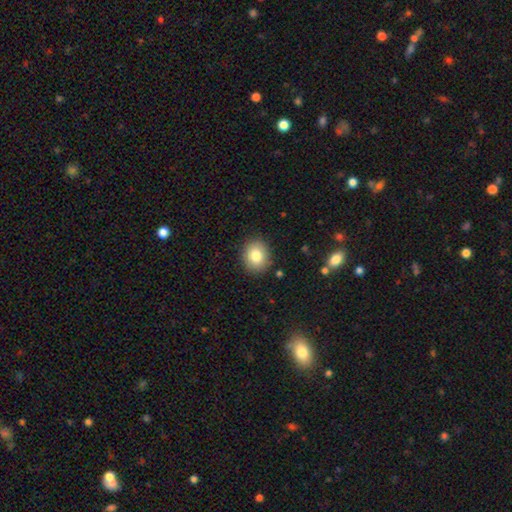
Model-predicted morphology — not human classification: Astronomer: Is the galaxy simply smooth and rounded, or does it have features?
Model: smooth — 82%.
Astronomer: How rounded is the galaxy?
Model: round — 62%.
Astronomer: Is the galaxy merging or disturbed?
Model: none — 88%.